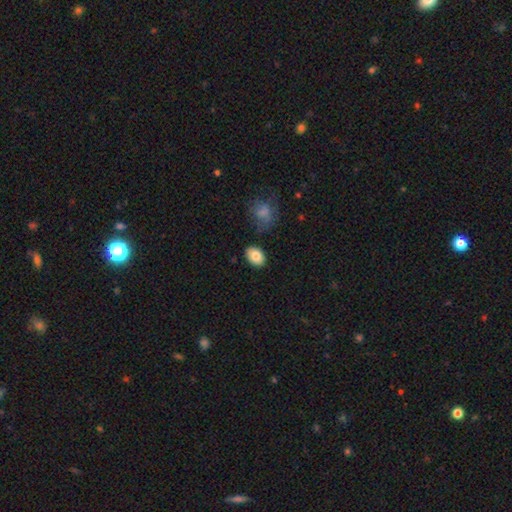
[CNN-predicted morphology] This is clearly a smooth galaxy (84%). How rounded: clearly in between (82%). Merging: clearly none (83%).